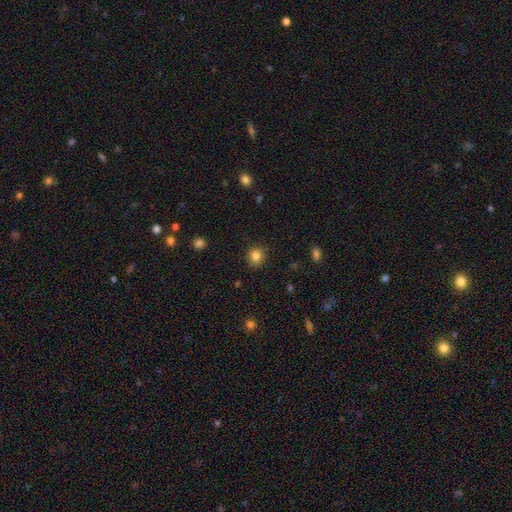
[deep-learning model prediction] This appears to be a smooth galaxy with no disk features (83%) that is round (82%). Merging: none (88%).